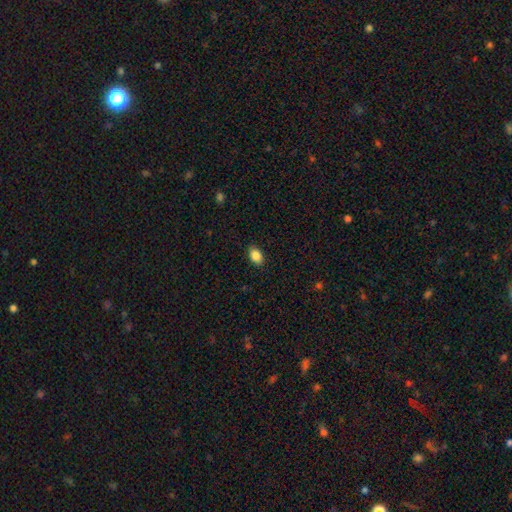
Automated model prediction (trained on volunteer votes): Smooth or featured? Predicted: smooth (p=0.87). How rounded? Predicted: in between (p=0.84). Merging? Predicted: none (p=0.89).